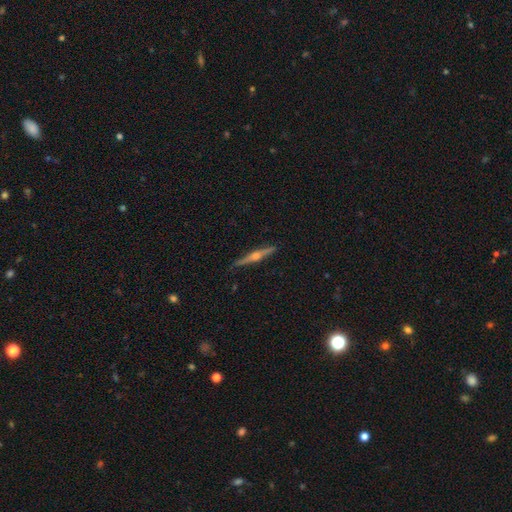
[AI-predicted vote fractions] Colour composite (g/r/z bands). It shows a featured or disk galaxy (80%) viewed edge-on (98%) with a rounded central bulge (89%). Merging: none (91%).